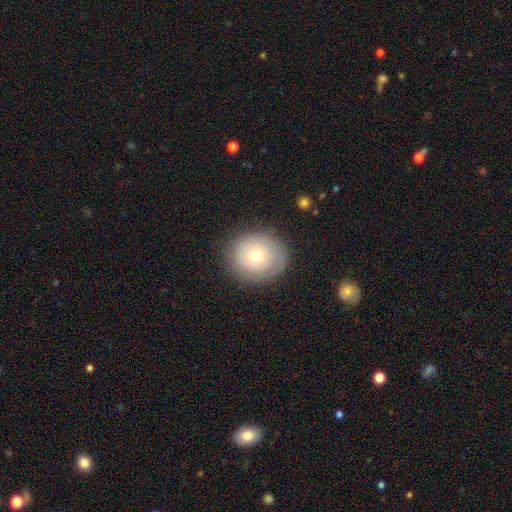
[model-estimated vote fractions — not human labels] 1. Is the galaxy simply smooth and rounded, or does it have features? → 62% smooth, 29% featured or disk, 9% star or artifact.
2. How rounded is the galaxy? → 78% round, 21% in between, 1% cigar-shaped.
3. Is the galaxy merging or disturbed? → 82% none, 12% minor disturbance, 4% major disturbance, 1% merger.